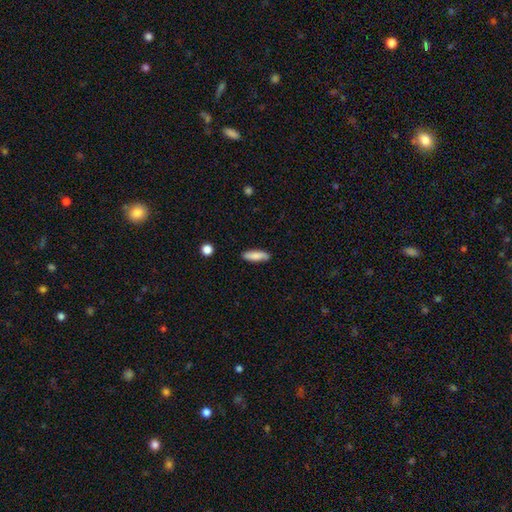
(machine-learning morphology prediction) Overall: smooth (84%). How rounded: cigar-shaped (53%; in between 45%). Merging: none (86%).